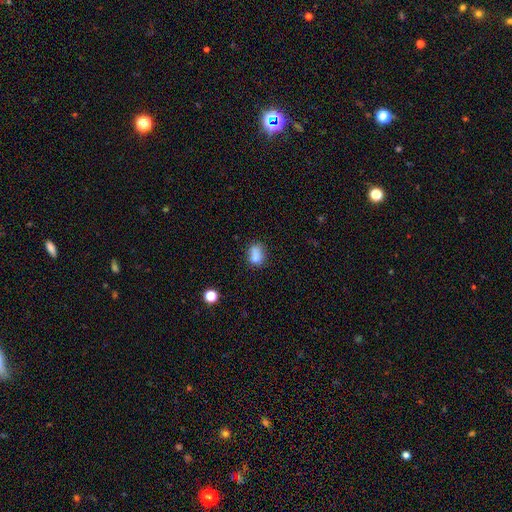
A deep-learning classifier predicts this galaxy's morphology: Overall: smooth (76%). How rounded: in between (57%; round 41%). Merging: none (45%; minor disturbance 24%).